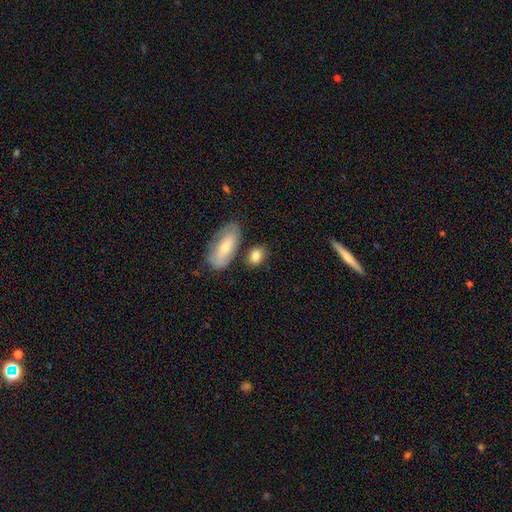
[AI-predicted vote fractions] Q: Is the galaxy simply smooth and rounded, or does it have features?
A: smooth — 81%.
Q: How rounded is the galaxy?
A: in between — 77%.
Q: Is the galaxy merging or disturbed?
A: none — 66%.